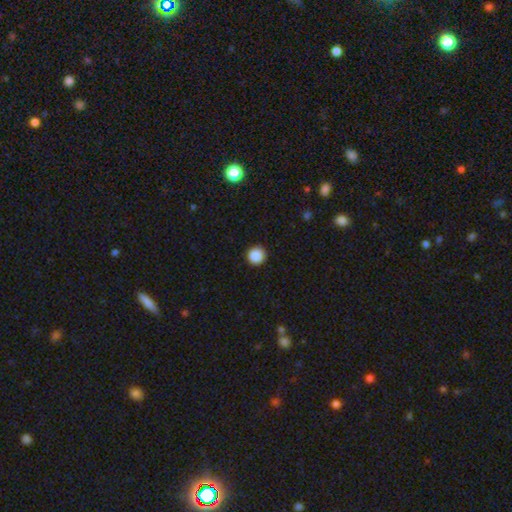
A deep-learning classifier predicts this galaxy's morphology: Q: Smooth or featured?
A: smooth (88%); runner-up: star or artifact (9%)
Q: How rounded?
A: round (95%); runner-up: in between (4%)
Q: Merging?
A: none (92%); runner-up: minor disturbance (6%)